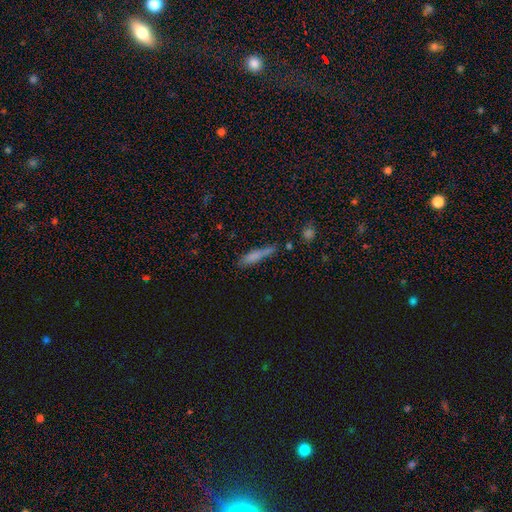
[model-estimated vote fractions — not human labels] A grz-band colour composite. It shows a smooth galaxy with no disk features (73%) that is cigar-shaped (85%). Merging: none (61%).